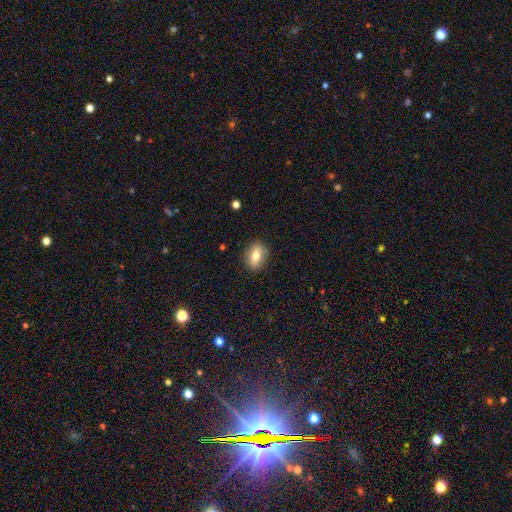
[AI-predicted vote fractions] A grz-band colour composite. It shows a smooth galaxy with no disk features (70%) that is in between round and cigar-shaped (73%). Merging: none (85%).